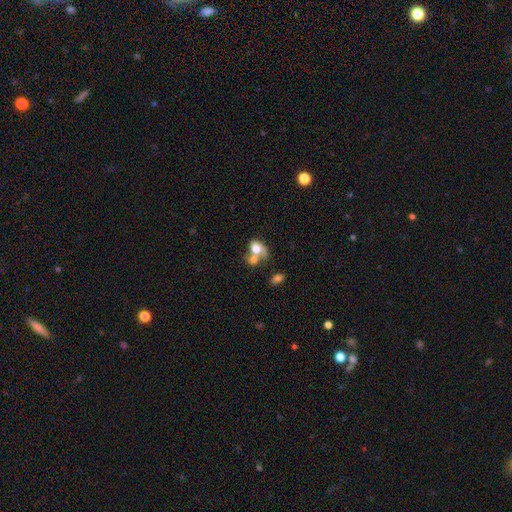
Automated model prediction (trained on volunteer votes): A smooth galaxy with no disk features (65%) that is in between round and cigar-shaped (65%).

Vote fractions:
- Smooth or featured? smooth: 65% / featured or disk: 26% / star or artifact: 9%
- How rounded? in between: 65% / round: 33% / cigar-shaped: 2%
- Merging? merger: 66% / none: 17% / minor disturbance: 9% / major disturbance: 8%